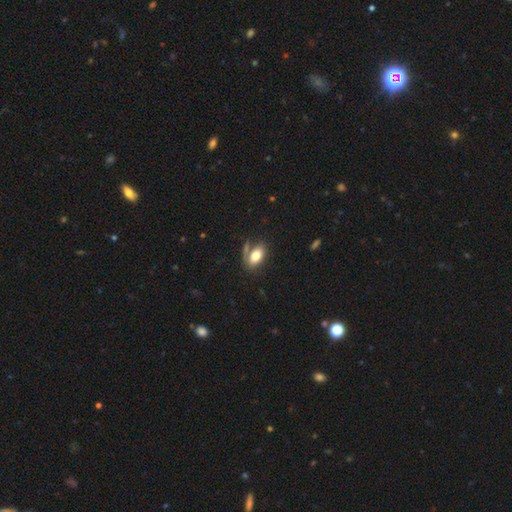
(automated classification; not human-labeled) smooth 77%, featured or disk 15%, star or artifact 8%. Down the decision tree: how rounded — in between (89%); merging — none (62%).